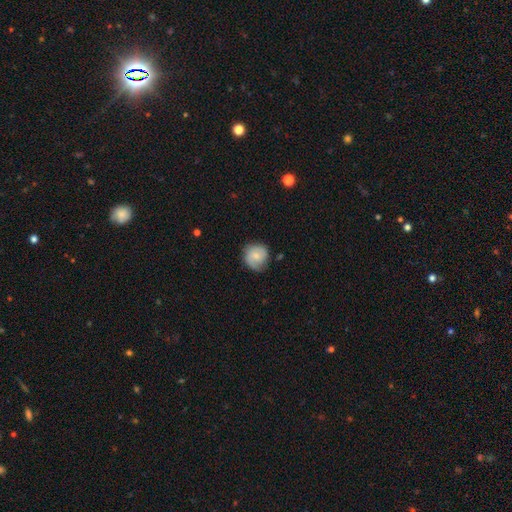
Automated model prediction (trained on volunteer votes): Smooth or featured?
  - smooth: 57% *
  - featured or disk: 36%
  - star or artifact: 7%
How rounded?
  - round: 86% *
  - in between: 13%
  - cigar-shaped: 1%
Merging?
  - none: 66% *
  - minor disturbance: 26%
  - major disturbance: 7%
  - merger: 1%